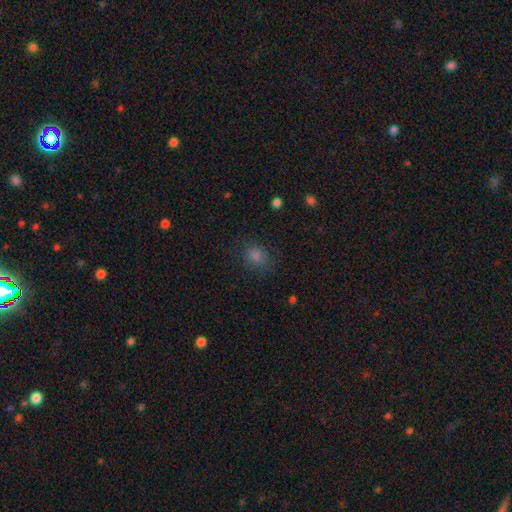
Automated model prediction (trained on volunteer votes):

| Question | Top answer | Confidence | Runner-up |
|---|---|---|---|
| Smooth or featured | smooth | 70% | star or artifact (22%) |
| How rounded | round | 62% | in between (36%) |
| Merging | none | 81% | minor disturbance (13%) |